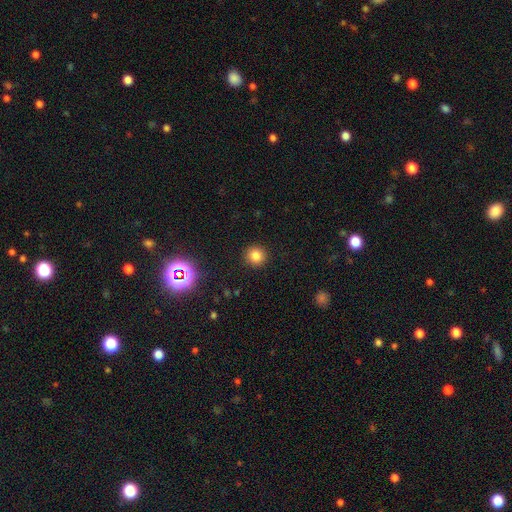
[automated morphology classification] A smooth galaxy with no disk features (80%) that is round (94%).

Vote fractions:
- Smooth or featured? smooth: 80% / star or artifact: 14% / featured or disk: 6%
- How rounded? round: 94% / in between: 5% / cigar-shaped: 1%
- Merging? none: 92% / minor disturbance: 5% / major disturbance: 2% / merger: 1%